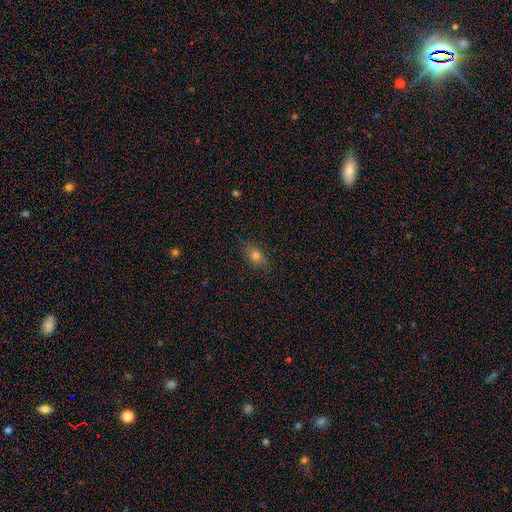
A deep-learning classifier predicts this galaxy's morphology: Overall: smooth (70%). How rounded: in between (69%). Merging: none (83%).